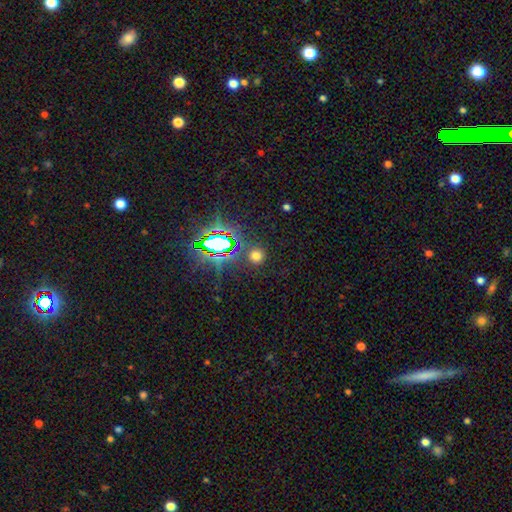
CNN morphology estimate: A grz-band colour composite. It shows a smooth galaxy with no disk features (60%) that is round (92%). Merging: none (85%).